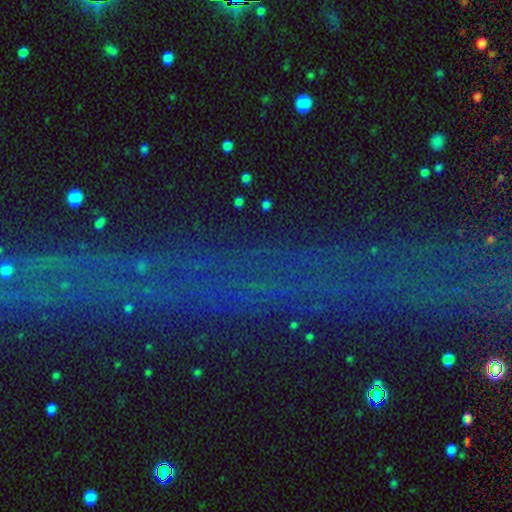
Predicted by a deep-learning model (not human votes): Smooth or featured: star or artifact — 69% (featured or disk — 17%)